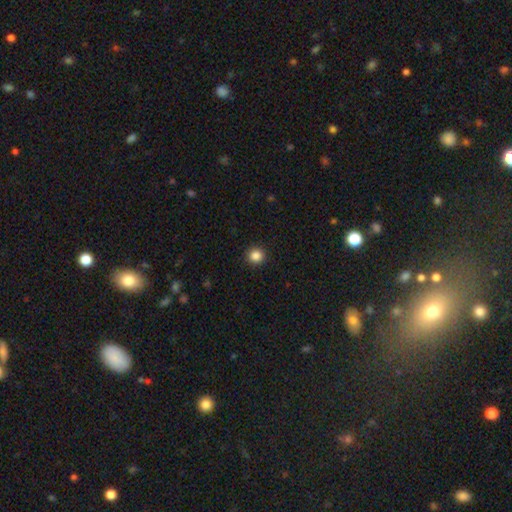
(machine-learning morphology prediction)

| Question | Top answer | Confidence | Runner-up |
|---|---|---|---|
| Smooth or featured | smooth | 86% | star or artifact (11%) |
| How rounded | round | 93% | in between (6%) |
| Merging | none | 93% | minor disturbance (5%) |